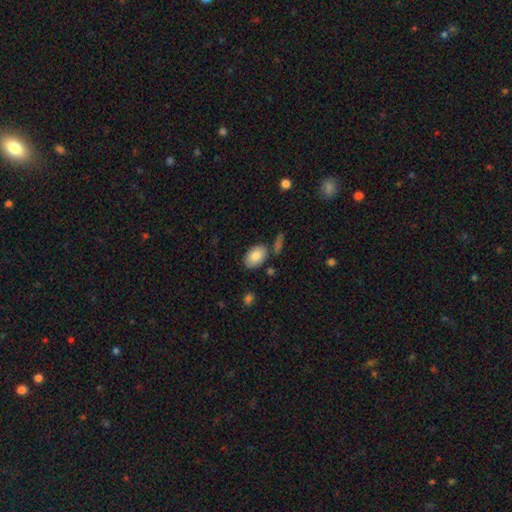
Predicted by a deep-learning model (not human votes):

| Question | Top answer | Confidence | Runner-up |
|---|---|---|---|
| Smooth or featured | smooth | 83% | featured or disk (10%) |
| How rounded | in between | 90% | round (9%) |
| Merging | none | 76% | minor disturbance (13%) |